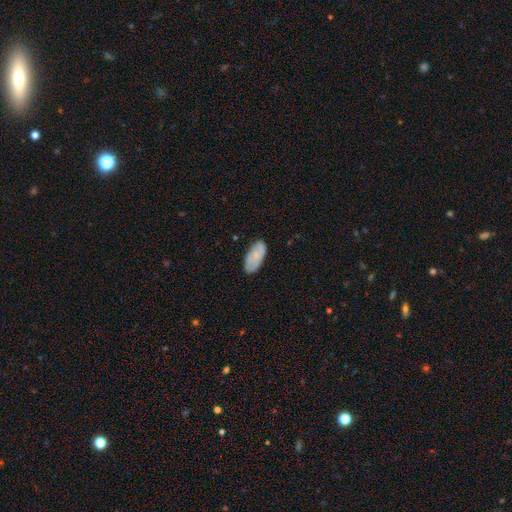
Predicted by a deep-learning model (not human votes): Overall: smooth (67%). How rounded: in between (91%). Merging: none (79%).